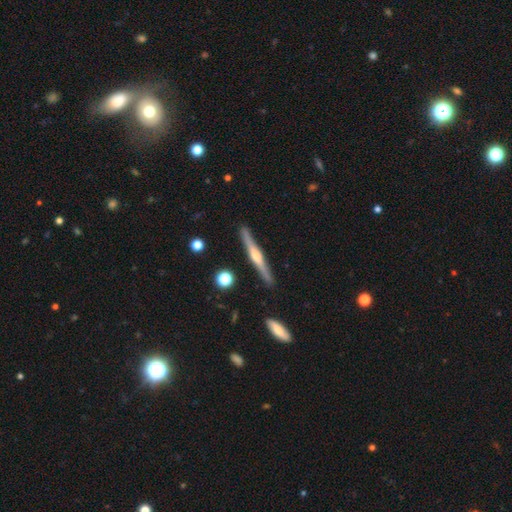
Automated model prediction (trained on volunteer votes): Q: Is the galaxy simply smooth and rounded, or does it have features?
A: featured or disk — 72%.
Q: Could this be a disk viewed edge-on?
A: yes — 98%.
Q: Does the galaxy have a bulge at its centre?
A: rounded — 84%.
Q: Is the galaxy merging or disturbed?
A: none — 89%.